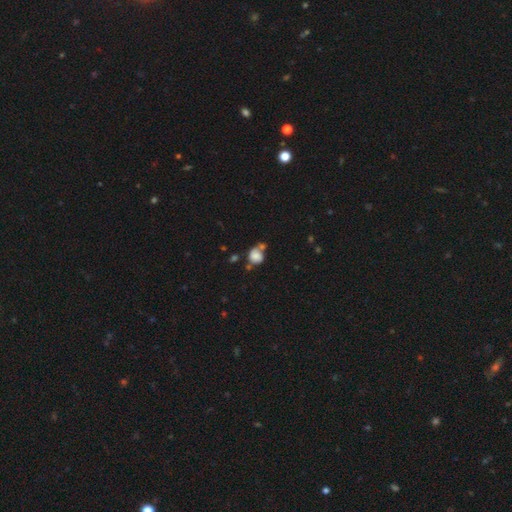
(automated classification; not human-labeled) A smooth galaxy with no disk features (78%) that is round (69%).

Vote fractions:
- Smooth or featured? smooth: 78% / featured or disk: 12% / star or artifact: 10%
- How rounded? round: 69% / in between: 29% / cigar-shaped: 1%
- Merging? none: 39% / merger: 33% / minor disturbance: 19% / major disturbance: 9%